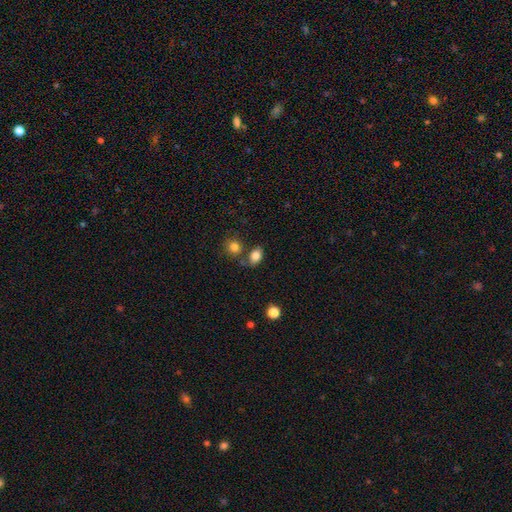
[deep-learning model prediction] smooth 83%, star or artifact 9%, featured or disk 8%. Down the decision tree: how rounded — in between (80%); merging — none (63%).